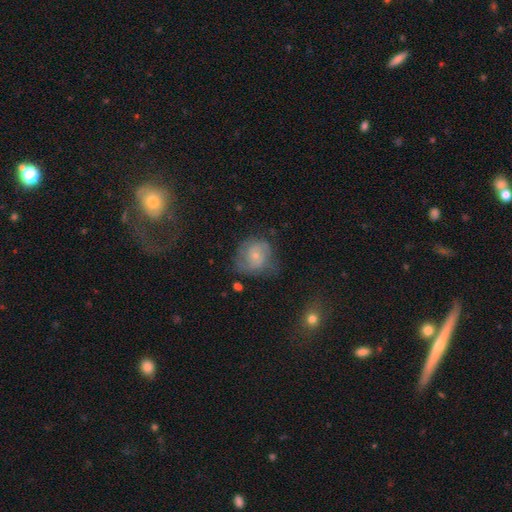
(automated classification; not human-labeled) Overall: featured or disk (57%; smooth 35%). Edge-on disk: no (97%). Bar: no (76%). Spiral arms: yes (80%). Bulge size: small (69%). Merging: none (54%; minor disturbance 27%).